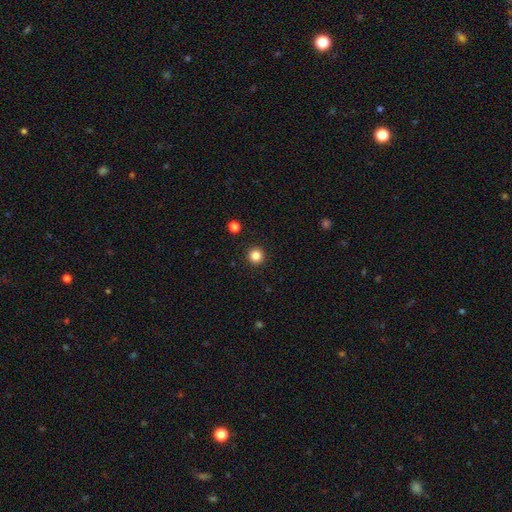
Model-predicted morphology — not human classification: A smooth galaxy with no disk features (85%) that is round (96%). Merging: none (93%).